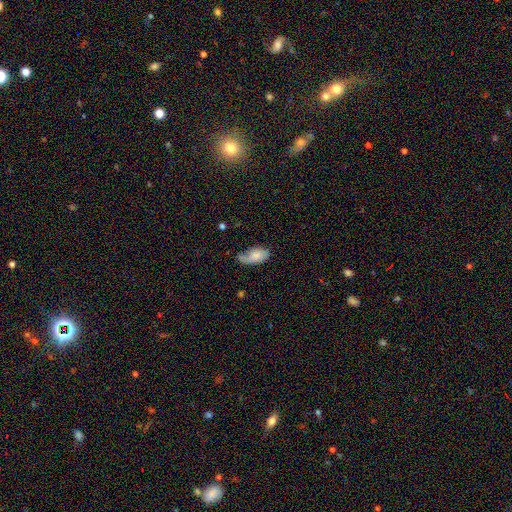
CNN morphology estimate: Smooth or featured? Predicted: smooth (p=0.66). How rounded? Predicted: in between (p=0.91). Merging? Predicted: none (p=0.43).